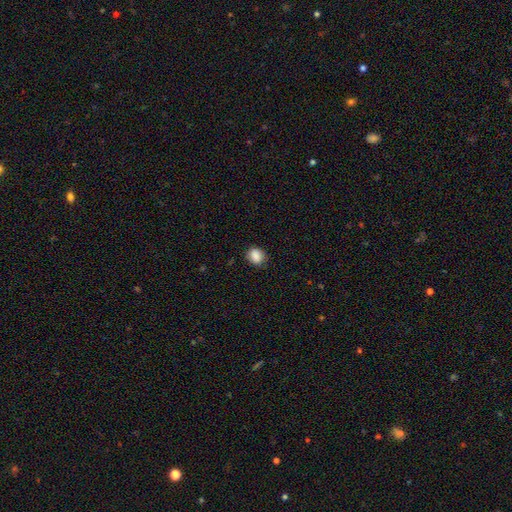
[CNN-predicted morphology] Smooth or featured: smooth — 88% (star or artifact — 9%)
How rounded: round — 56% (in between — 43%)
Merging: none — 79% (minor disturbance — 16%)